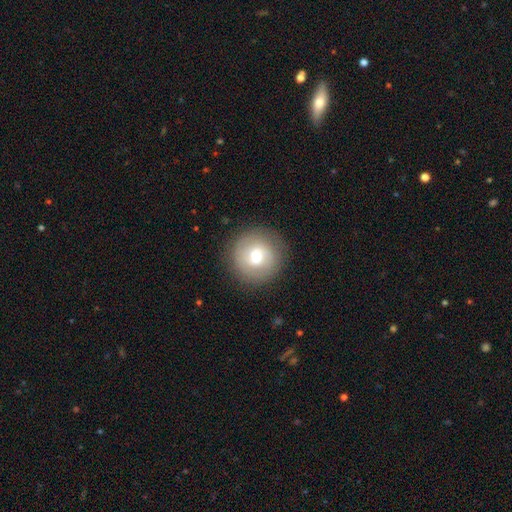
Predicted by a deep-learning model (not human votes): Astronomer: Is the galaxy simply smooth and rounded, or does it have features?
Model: smooth — 54% (runner-up: featured or disk, 38%).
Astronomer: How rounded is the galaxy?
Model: round — 93%.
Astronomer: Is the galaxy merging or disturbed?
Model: none — 86%.